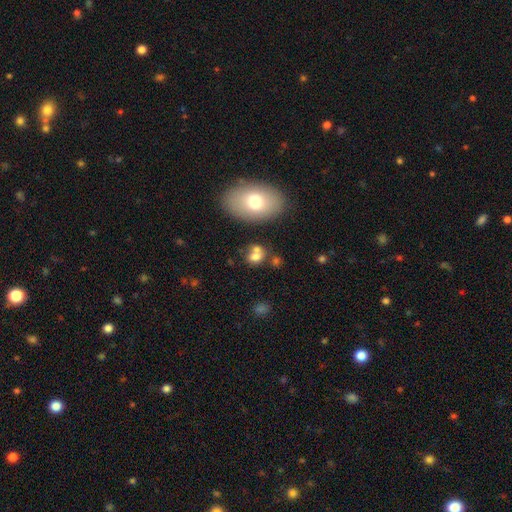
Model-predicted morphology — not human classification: smooth-or-featured: smooth: 72% | featured or disk: 16% | star or artifact: 12%
  how-rounded: round: 53% | in between: 45% | cigar-shaped: 2%
  merging: none: 46% | merger: 37% | minor disturbance: 12% | major disturbance: 6%